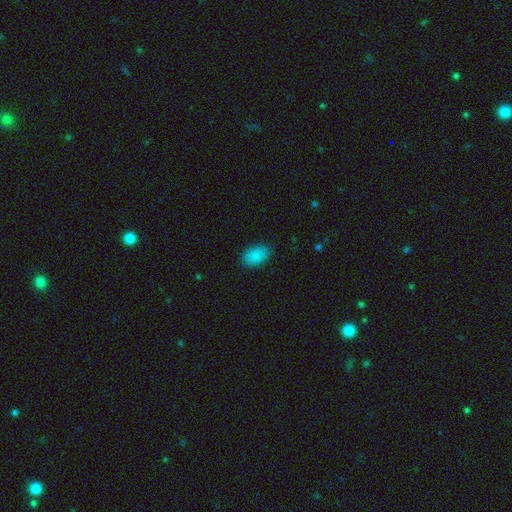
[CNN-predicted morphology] A smooth galaxy with no disk features (88%) that is in between round and cigar-shaped (91%). Merging: none (85%).